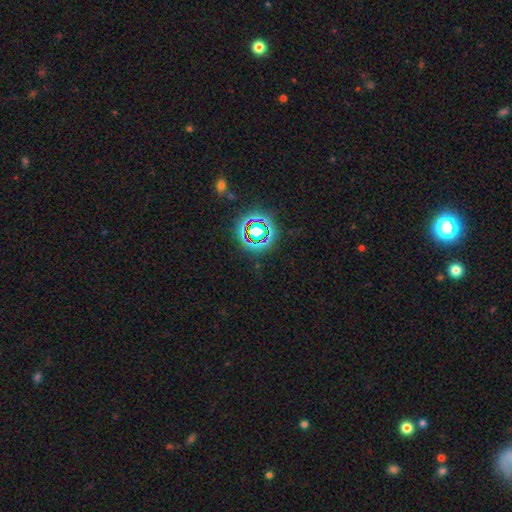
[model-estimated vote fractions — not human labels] smooth-or-featured: star or artifact: 74% | smooth: 15% | featured or disk: 11%